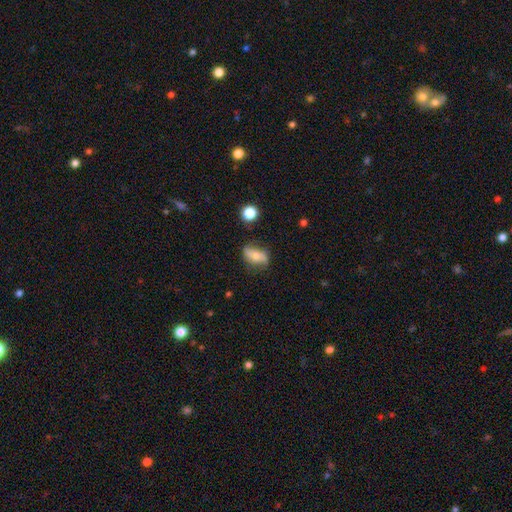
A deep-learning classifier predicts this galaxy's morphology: A smooth galaxy with no disk features (48%). Merging: none (66%).